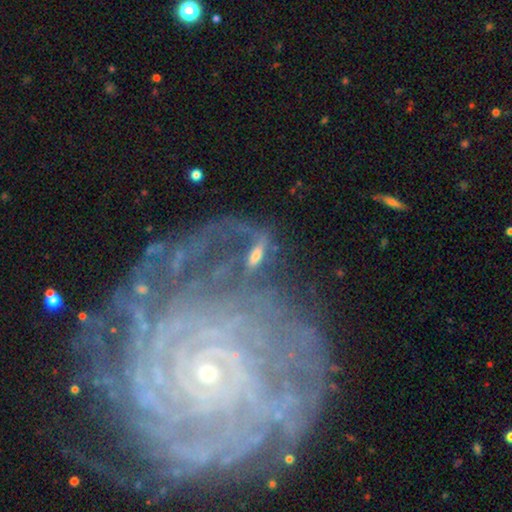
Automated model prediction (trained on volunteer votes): Overall: featured or disk (57%; smooth 24%). Edge-on disk: no (66%; yes 34%). Merging: none (46%; minor disturbance 20%).